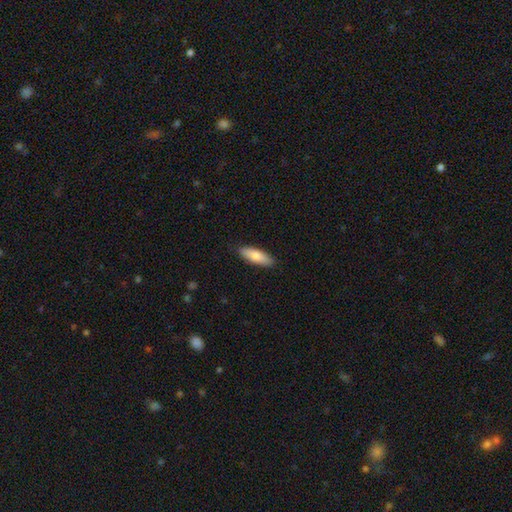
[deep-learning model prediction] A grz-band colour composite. It shows a smooth galaxy with no disk features (81%) that is in between round and cigar-shaped (59%). Merging: none (88%).